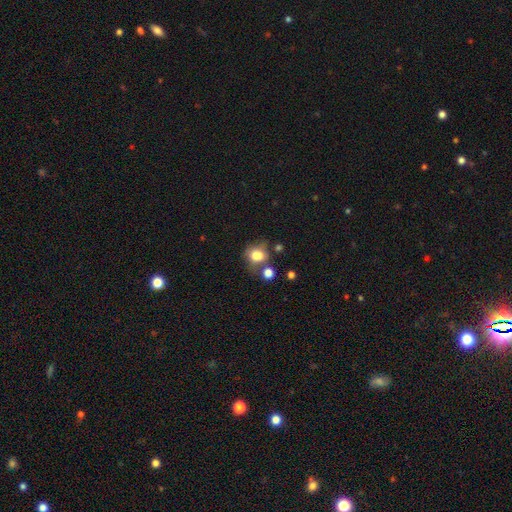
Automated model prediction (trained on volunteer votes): This appears to be a smooth galaxy with no disk features (76%) that is round (58%). Merging: none (49%).